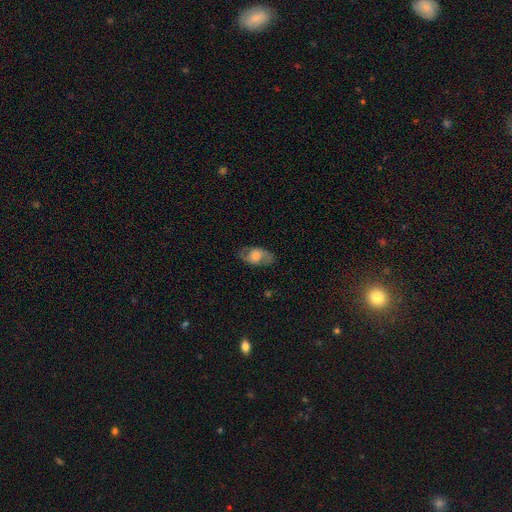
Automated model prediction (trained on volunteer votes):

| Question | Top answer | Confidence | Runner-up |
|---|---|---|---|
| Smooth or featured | featured or disk | 48% | smooth (44%) |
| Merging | none | 77% | minor disturbance (15%) |